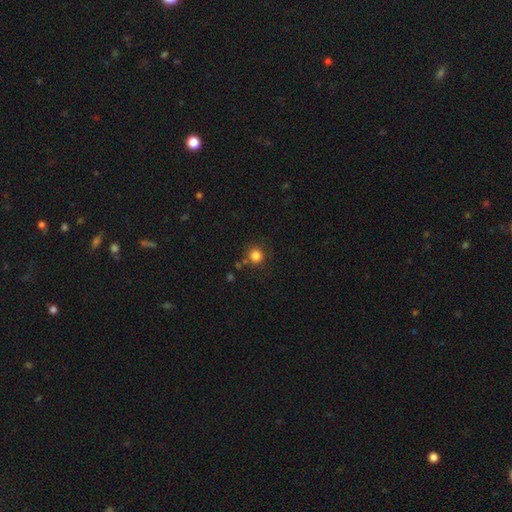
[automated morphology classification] Q: Smooth or featured?
A: smooth (83%); runner-up: star or artifact (12%)
Q: How rounded?
A: round (93%); runner-up: in between (6%)
Q: Merging?
A: none (80%); runner-up: minor disturbance (10%)